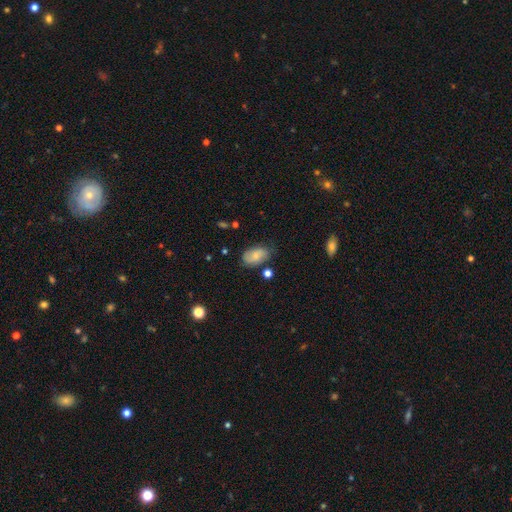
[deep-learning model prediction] The model was most divided on "merging": none: 67%, minor disturbance: 24%, major disturbance: 6%, merger: 4%. More confident: how rounded — in between (91%); smooth or featured — smooth (72%).